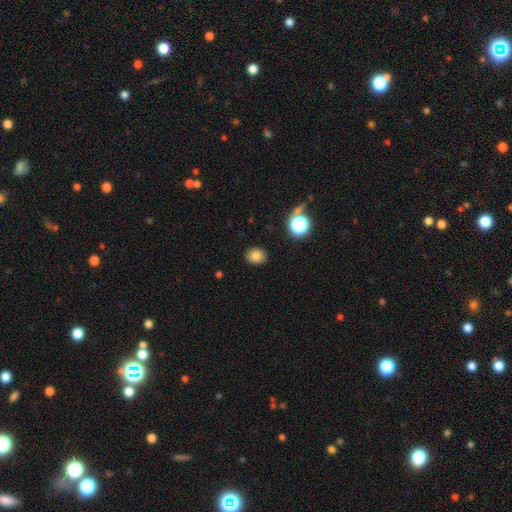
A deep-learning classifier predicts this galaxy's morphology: A smooth galaxy with no disk features (80%) that is round (62%). Merging: none (89%).